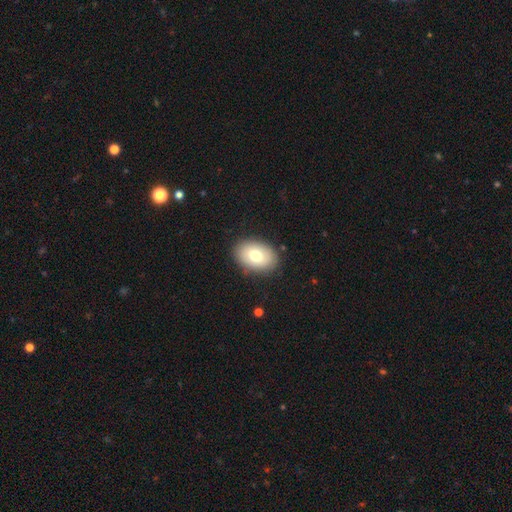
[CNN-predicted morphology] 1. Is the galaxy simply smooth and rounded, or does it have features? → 74% smooth, 19% featured or disk, 7% star or artifact.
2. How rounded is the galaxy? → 82% in between, 17% round, 1% cigar-shaped.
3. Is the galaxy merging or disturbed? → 87% none, 9% minor disturbance, 3% major disturbance, 1% merger.